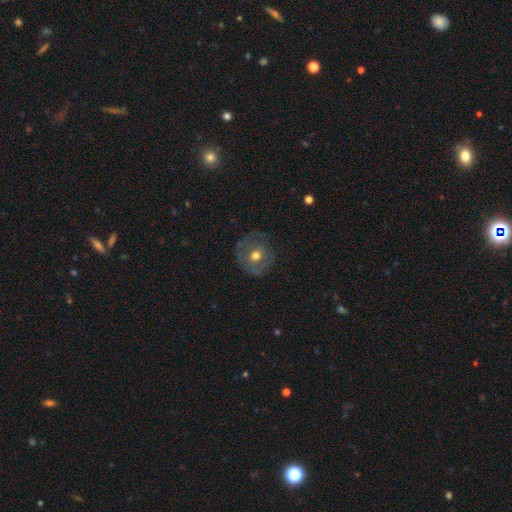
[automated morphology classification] Smooth or featured? Predicted: smooth (p=0.49). Merging? Predicted: none (p=0.73).